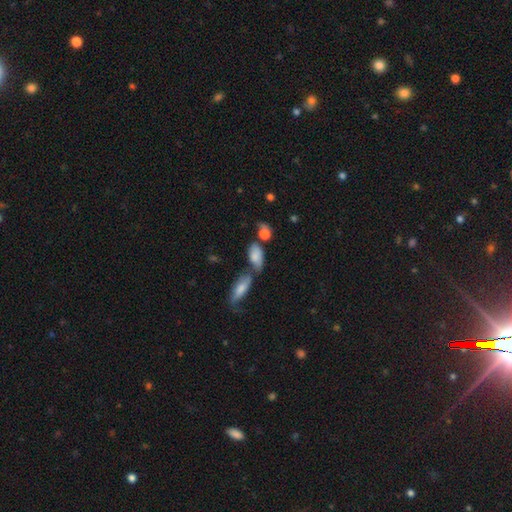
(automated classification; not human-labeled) Smooth or featured? Predicted: smooth (p=0.76). How rounded? Predicted: in between (p=0.85). Merging? Predicted: none (p=0.38).